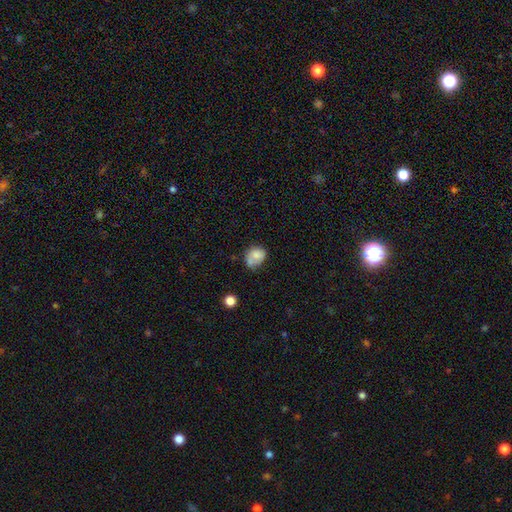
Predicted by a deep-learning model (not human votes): smooth_or_featured: smooth (p=0.76) [alt: featured or disk p=0.15]
how_rounded: round (p=0.56) [alt: in between p=0.44]
merging: none (p=0.39) [alt: minor disturbance p=0.28]